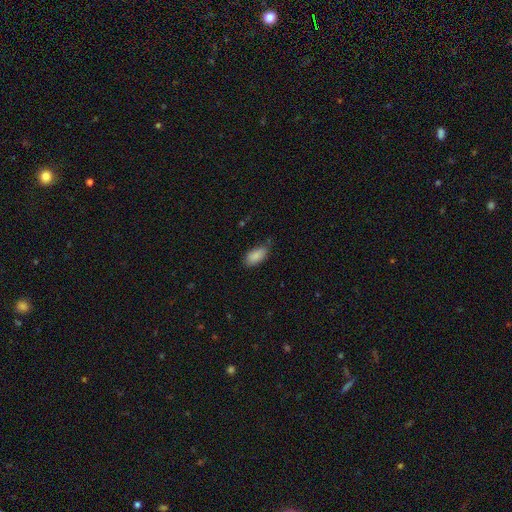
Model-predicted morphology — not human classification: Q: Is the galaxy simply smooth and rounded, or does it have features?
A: smooth — 88%.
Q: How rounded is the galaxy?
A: in between — 92%.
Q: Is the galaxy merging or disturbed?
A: none — 70%.